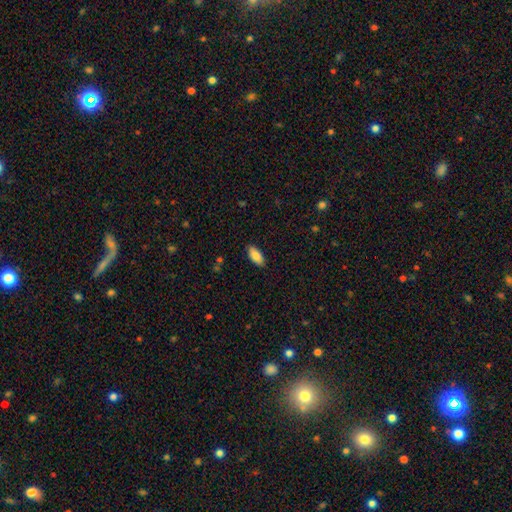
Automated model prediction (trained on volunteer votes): smooth_or_featured: smooth (p=0.86) [alt: featured or disk p=0.08]
how_rounded: in between (p=0.88) [alt: cigar-shaped p=0.10]
merging: none (p=0.87) [alt: minor disturbance p=0.10]